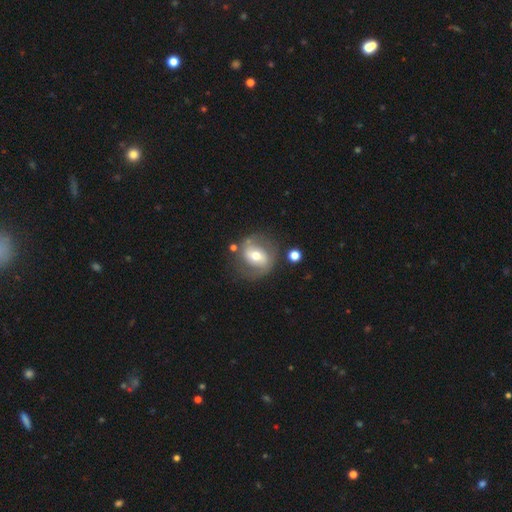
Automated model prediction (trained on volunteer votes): smooth-or-featured: featured or disk: 62% | smooth: 31% | star or artifact: 7%
  disk-edge-on: no: 96% | yes: 4%
    bar: weak: 36% | no: 33% | strong: 30%
    has-spiral-arms: yes: 69% | no: 31%
    bulge-size: moderate: 69% | small: 21% | large: 8% | dominant: 1% | none: 1%
  merging: none: 71% | minor disturbance: 16% | major disturbance: 8% | merger: 5%